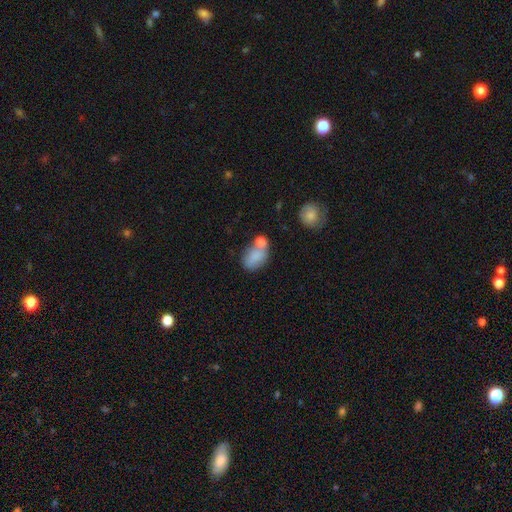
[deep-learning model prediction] Smooth or featured: smooth — 78% (featured or disk — 13%)
How rounded: in between — 85% (round — 14%)
Merging: none — 40% (merger — 33%)